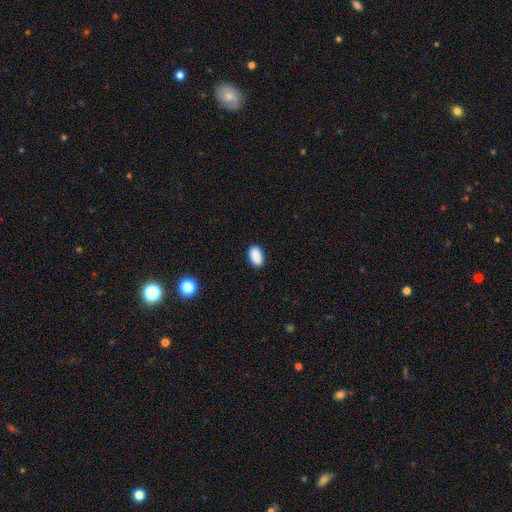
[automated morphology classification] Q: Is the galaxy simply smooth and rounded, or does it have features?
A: smooth — 90%.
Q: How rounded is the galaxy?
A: in between — 92%.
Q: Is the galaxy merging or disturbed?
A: none — 88%.